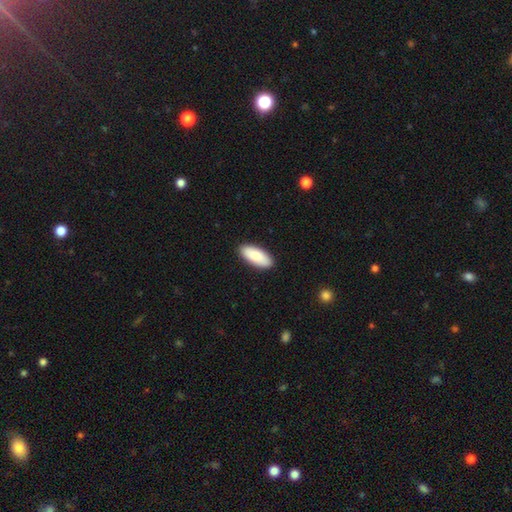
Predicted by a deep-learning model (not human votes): This appears to be a smooth galaxy with no disk features (86%) that is in between round and cigar-shaped (85%). Merging: none (90%).